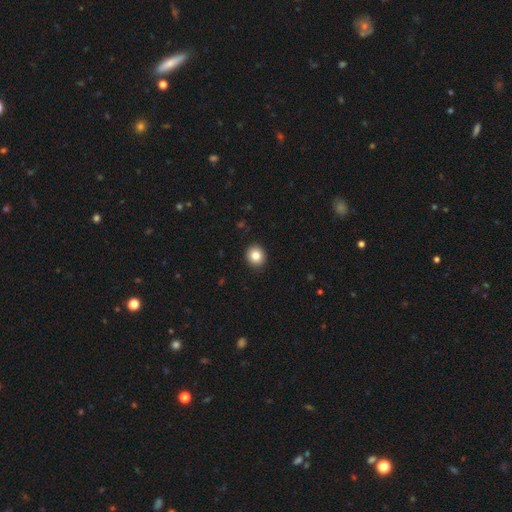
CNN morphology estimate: smooth 84%, star or artifact 9%, featured or disk 7%. Down the decision tree: how rounded — round (84%); merging — none (92%).